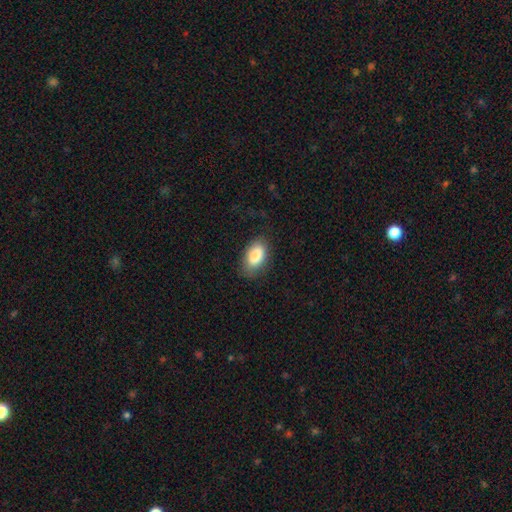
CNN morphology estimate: smooth_or_featured: smooth (p=0.87) [alt: featured or disk p=0.07]
how_rounded: in between (p=0.93) [alt: round p=0.04]
merging: none (p=0.77) [alt: minor disturbance p=0.16]